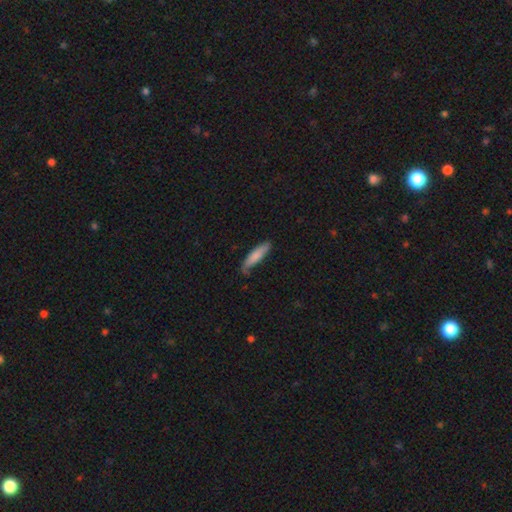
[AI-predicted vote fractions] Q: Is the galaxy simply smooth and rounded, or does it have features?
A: smooth — 80%.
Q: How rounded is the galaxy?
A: cigar-shaped — 72%.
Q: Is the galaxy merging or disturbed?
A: none — 65%.